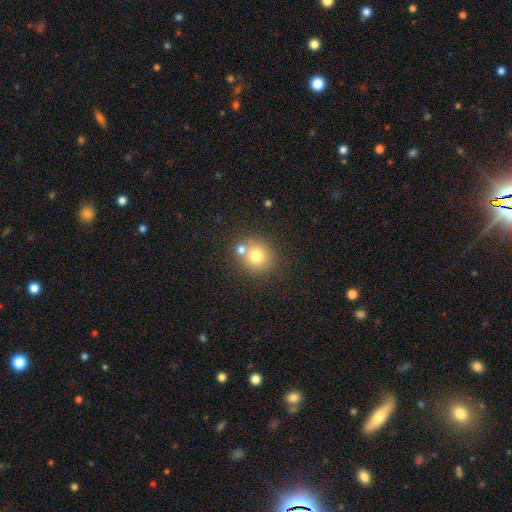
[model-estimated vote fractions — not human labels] Smooth or featured: smooth — 74% (featured or disk — 13%)
How rounded: round — 87% (in between — 12%)
Merging: none — 62% (merger — 26%)